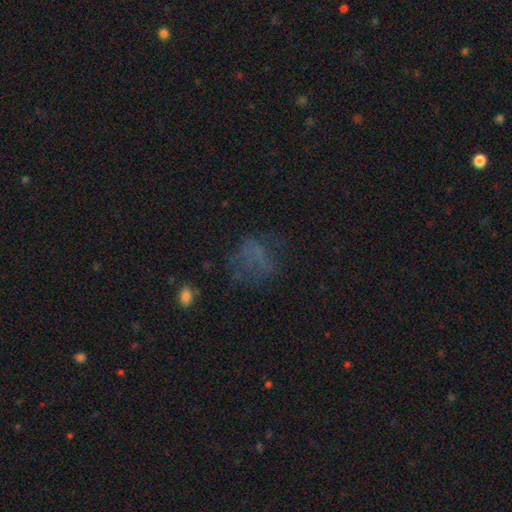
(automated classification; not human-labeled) A smooth galaxy with no disk features (44%). Merging: none (50%).